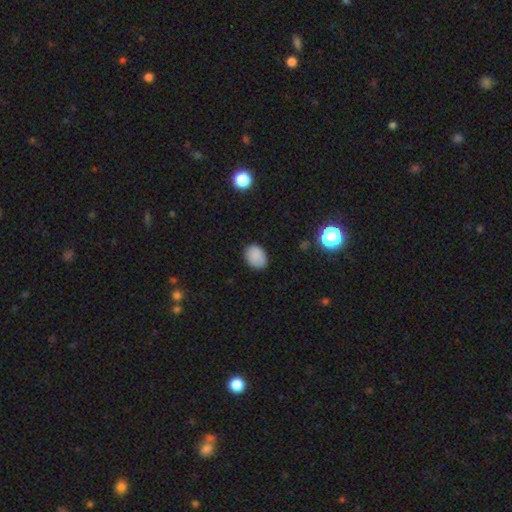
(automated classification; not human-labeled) Smooth or featured: smooth — 84% (star or artifact — 10%)
How rounded: in between — 59% (round — 40%)
Merging: none — 84% (minor disturbance — 12%)